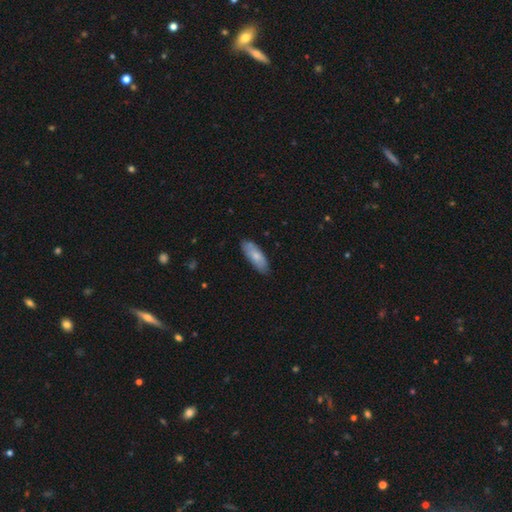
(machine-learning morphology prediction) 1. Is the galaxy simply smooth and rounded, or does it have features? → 74% smooth, 20% featured or disk, 5% star or artifact.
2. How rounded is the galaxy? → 68% in between, 30% cigar-shaped, 2% round.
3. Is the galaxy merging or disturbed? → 77% none, 18% minor disturbance, 3% major disturbance, 2% merger.